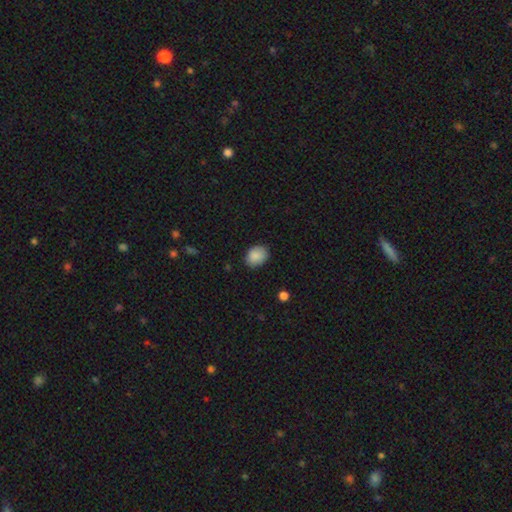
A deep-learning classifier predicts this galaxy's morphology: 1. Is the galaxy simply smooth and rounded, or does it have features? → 88% smooth, 8% star or artifact, 5% featured or disk.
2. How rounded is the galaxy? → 59% in between, 40% round, 1% cigar-shaped.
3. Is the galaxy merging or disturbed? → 83% none, 14% minor disturbance, 3% major disturbance, 1% merger.